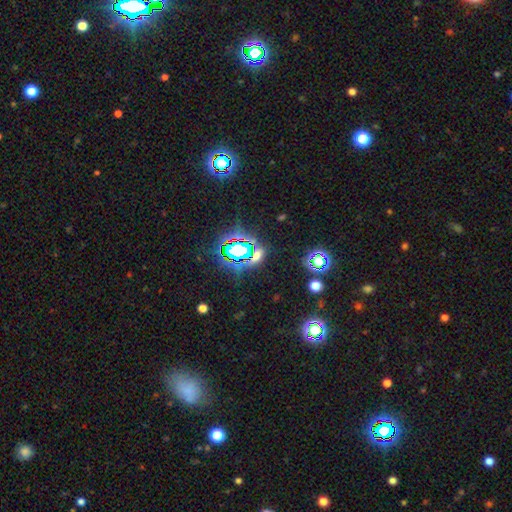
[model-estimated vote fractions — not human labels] Smooth or featured: star or artifact — 68% (smooth — 20%)